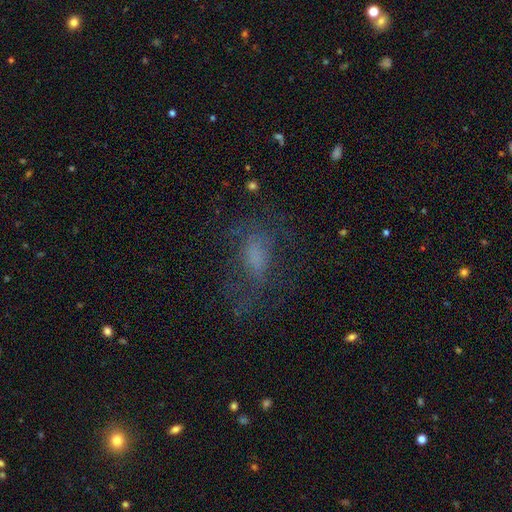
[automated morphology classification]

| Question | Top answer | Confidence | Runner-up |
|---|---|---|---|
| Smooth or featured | smooth | 42% | featured or disk (40%) |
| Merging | none | 53% | major disturbance (26%) |